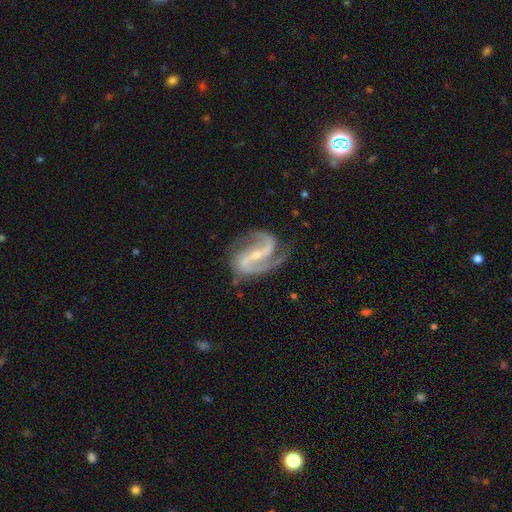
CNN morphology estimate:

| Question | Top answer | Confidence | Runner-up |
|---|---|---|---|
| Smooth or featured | featured or disk | 92% | star or artifact (5%) |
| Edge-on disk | no | 98% | yes (2%) |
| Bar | strong | 55% | weak (31%) |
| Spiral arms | yes | 98% | no (2%) |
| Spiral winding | medium | 54% | loose (28%) |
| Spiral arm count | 2 | 92% | 3 (2%) |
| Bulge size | small | 70% | moderate (21%) |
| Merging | none | 74% | minor disturbance (17%) |